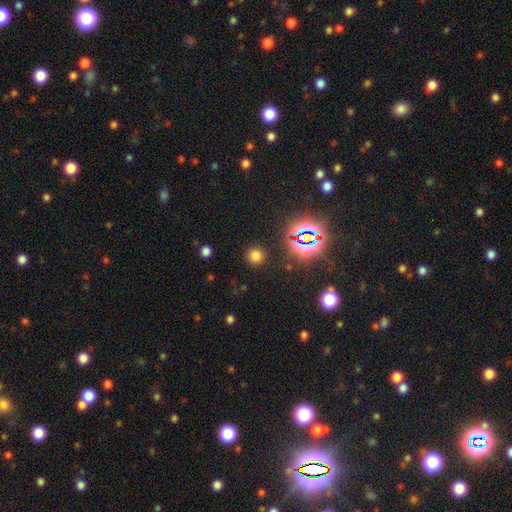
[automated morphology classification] A smooth galaxy with no disk features (69%) that is round (92%). Merging: none (88%).